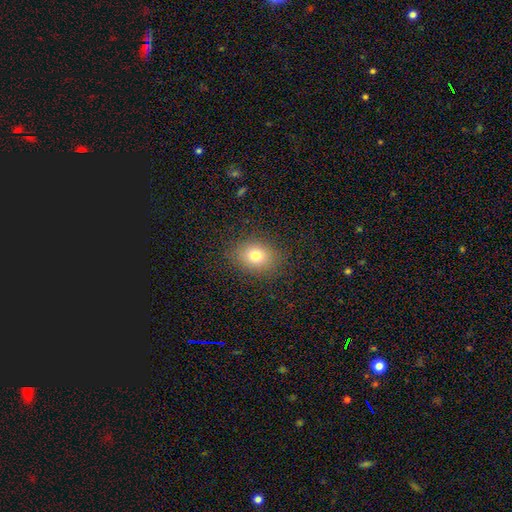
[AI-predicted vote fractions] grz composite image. It shows a smooth galaxy with no disk features (76%) that is in between round and cigar-shaped (51%). Merging: none (85%).